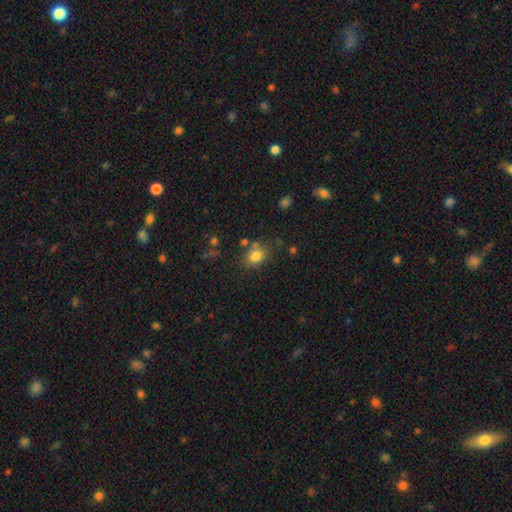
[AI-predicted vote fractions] A smooth galaxy with no disk features (80%) that is in between round and cigar-shaped (56%). Merging: none (68%).